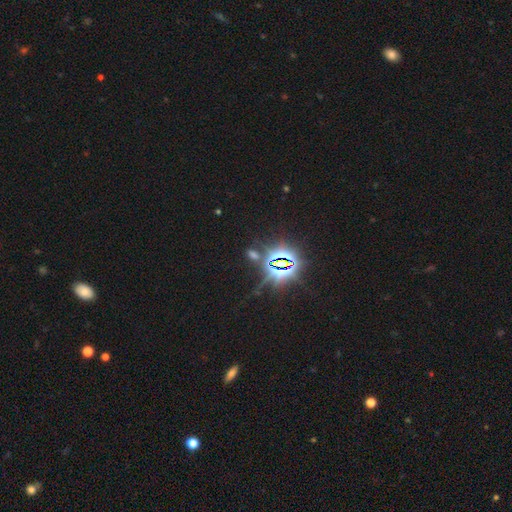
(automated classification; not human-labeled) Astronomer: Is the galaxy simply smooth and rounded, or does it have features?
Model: star or artifact — 82%.